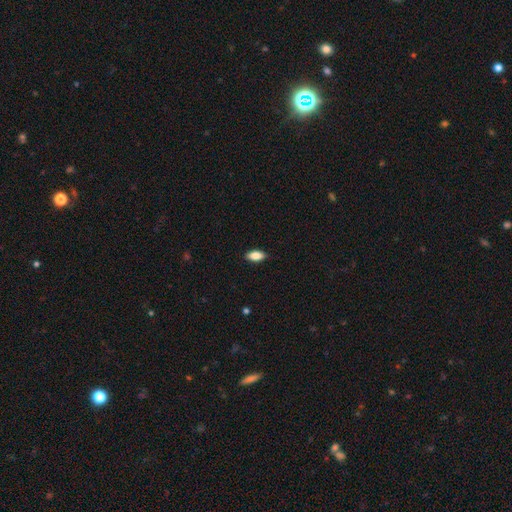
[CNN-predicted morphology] Overall: smooth (85%). How rounded: in between (88%). Merging: none (87%).